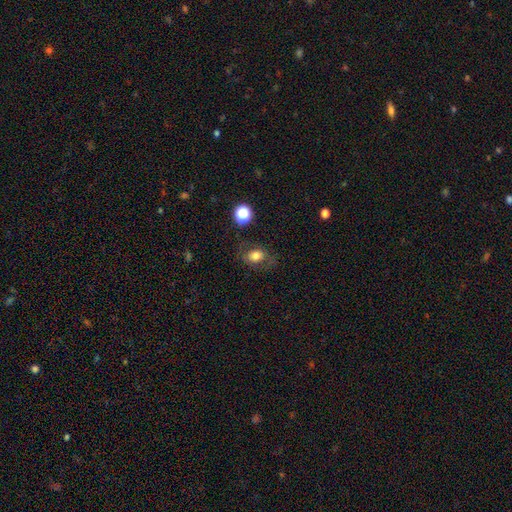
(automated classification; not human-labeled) Smooth or featured: smooth — 72% (featured or disk — 17%)
How rounded: in between — 69% (round — 30%)
Merging: none — 70% (minor disturbance — 18%)